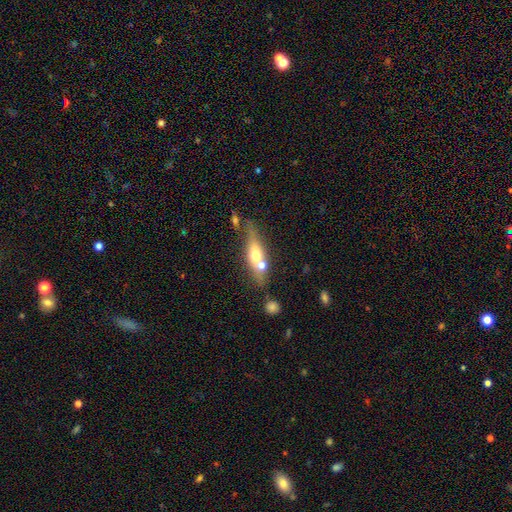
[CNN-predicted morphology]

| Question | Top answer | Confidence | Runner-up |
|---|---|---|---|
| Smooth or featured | smooth | 52% | featured or disk (41%) |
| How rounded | in between | 49% | cigar-shaped (44%) |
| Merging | none | 43% | merger (34%) |